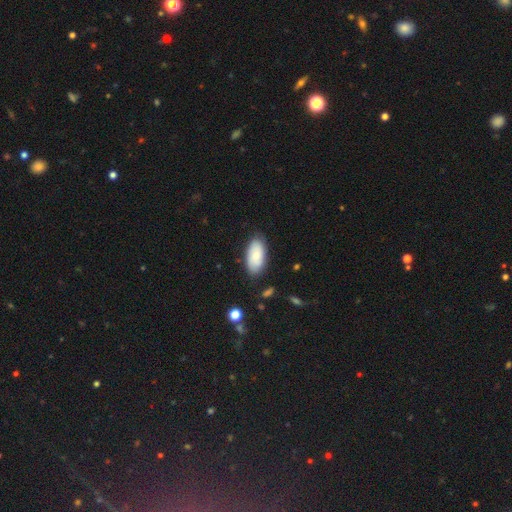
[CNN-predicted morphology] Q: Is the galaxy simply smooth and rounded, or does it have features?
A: smooth — 76%.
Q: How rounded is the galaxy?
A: in between — 94%.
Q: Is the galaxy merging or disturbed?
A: none — 79%.